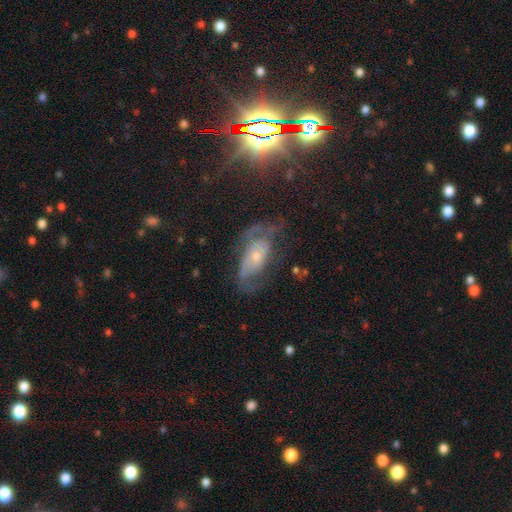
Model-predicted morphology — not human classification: smooth-or-featured: featured or disk: 64% | smooth: 23% | star or artifact: 13%
  disk-edge-on: no: 90% | yes: 10%
    bar: no: 75% | weak: 20% | strong: 5%
    has-spiral-arms: yes: 74% | no: 26%
    bulge-size: small: 56% | moderate: 36% | large: 3% | none: 3% | dominant: 1%
  merging: none: 46% | major disturbance: 26% | minor disturbance: 24% | merger: 3%